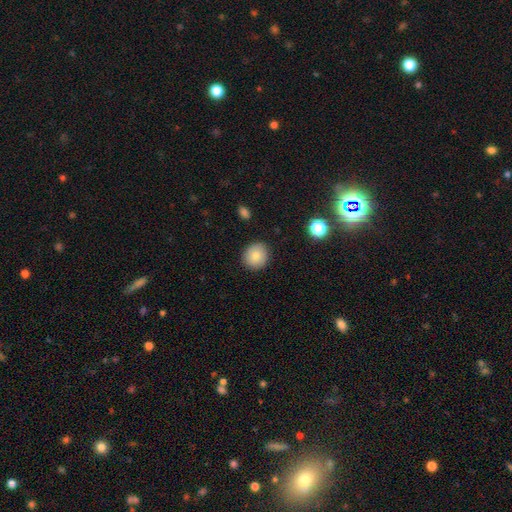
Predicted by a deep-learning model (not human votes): smooth_or_featured: smooth (p=0.83) [alt: star or artifact p=0.09]
how_rounded: round (p=0.86) [alt: in between p=0.13]
merging: none (p=0.90) [alt: minor disturbance p=0.07]